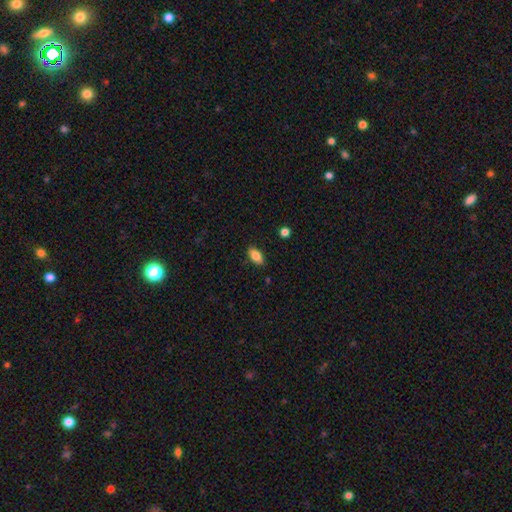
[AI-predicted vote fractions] Overall: smooth (85%). How rounded: in between (90%). Merging: none (87%).